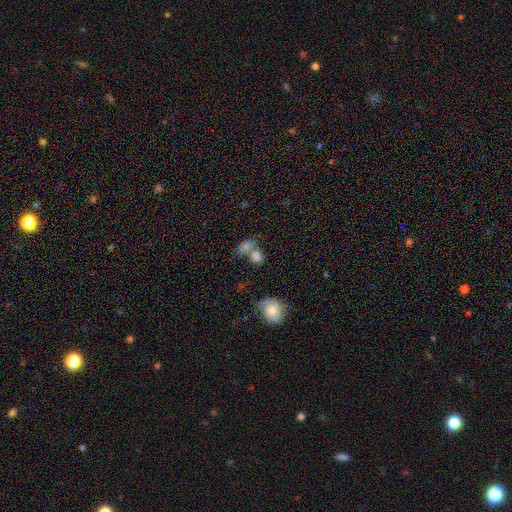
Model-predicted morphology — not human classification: type=smooth (73%); roundness=in between (51%); merging=merger (51%).